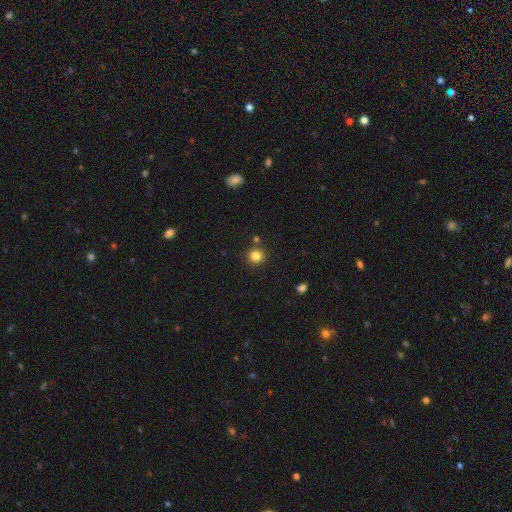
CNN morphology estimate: A smooth galaxy with no disk features (82%) that is round (93%). Merging: none (86%).